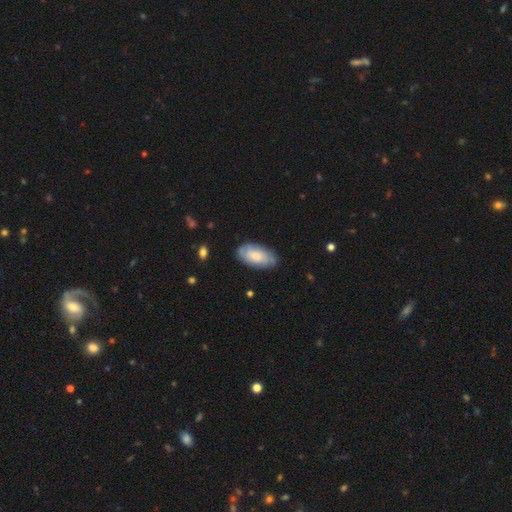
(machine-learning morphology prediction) A smooth galaxy with no disk features (59%) that is in between round and cigar-shaped (94%).

Vote fractions:
- Smooth or featured? smooth: 59% / featured or disk: 35% / star or artifact: 6%
- How rounded? in between: 94% / cigar-shaped: 3% / round: 3%
- Merging? none: 76% / minor disturbance: 18% / major disturbance: 4% / merger: 1%